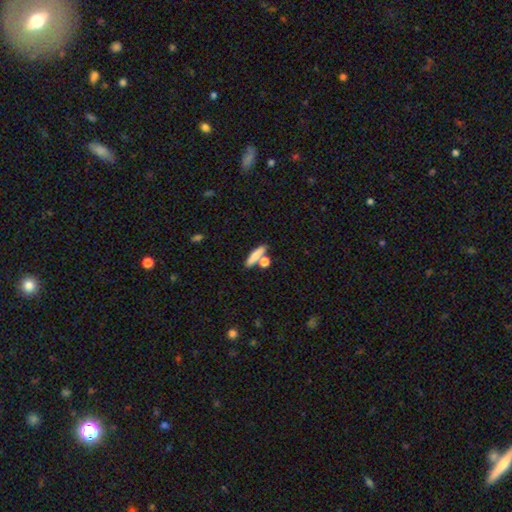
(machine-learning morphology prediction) smooth 76%, featured or disk 16%, star or artifact 8%. Down the decision tree: how rounded — cigar-shaped (65%); merging — none (66%).